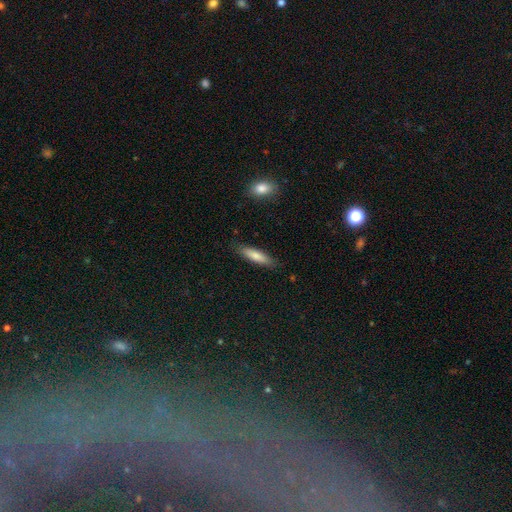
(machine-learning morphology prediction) type=smooth (79%); roundness=cigar-shaped (71%); merging=none (86%).